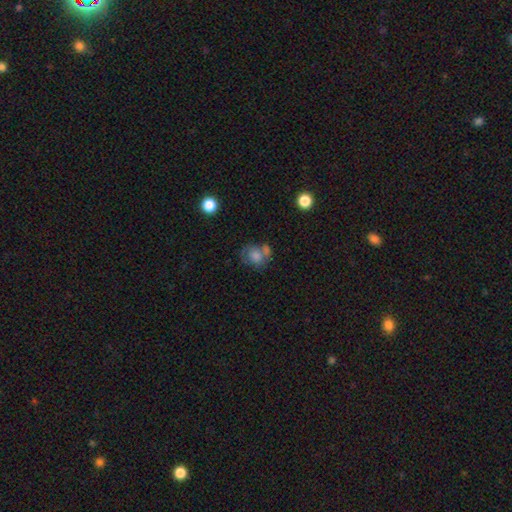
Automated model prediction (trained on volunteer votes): This appears to be a smooth galaxy with no disk features (66%) that is round (66%). Merging: none (40%).